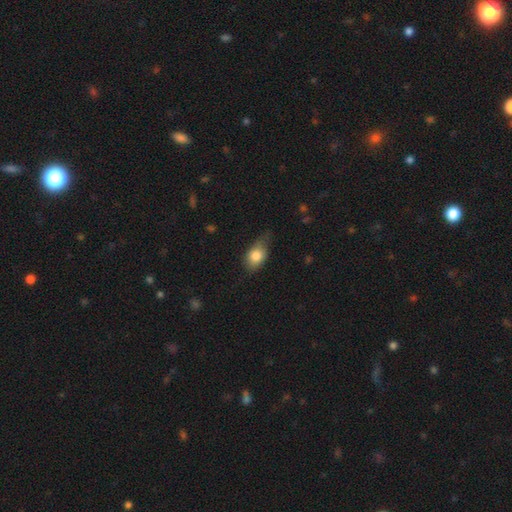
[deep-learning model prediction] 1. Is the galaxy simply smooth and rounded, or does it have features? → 80% smooth, 12% featured or disk, 8% star or artifact.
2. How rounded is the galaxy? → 79% in between, 18% round, 3% cigar-shaped.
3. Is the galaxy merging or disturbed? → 50% none, 38% minor disturbance, 10% major disturbance, 2% merger.